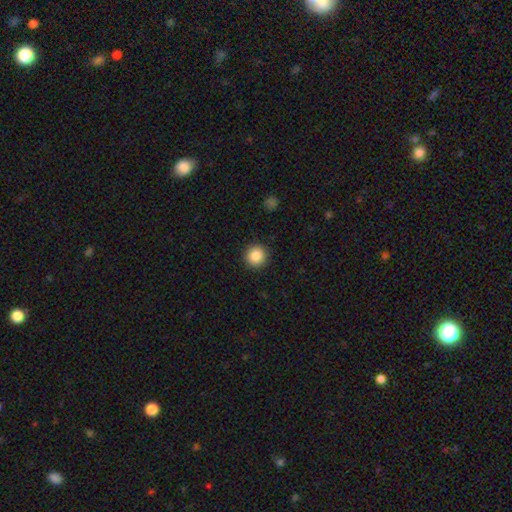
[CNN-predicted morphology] smooth 86%, star or artifact 9%, featured or disk 5%. Down the decision tree: how rounded — round (94%); merging — none (92%).